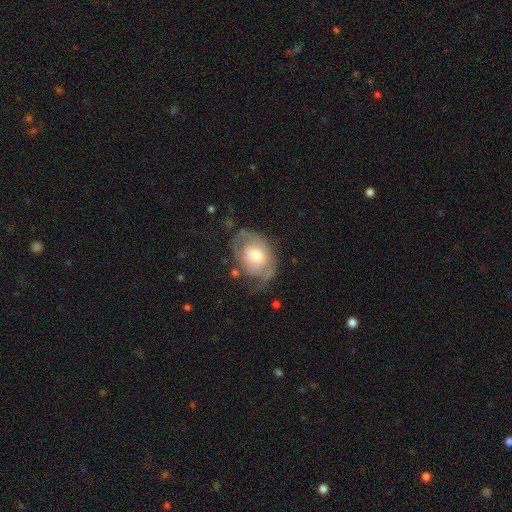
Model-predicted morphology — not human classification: type=featured or disk (55%); edge-on=no (95%); bar=no (79%); spiral arms=yes (59%); bulge=moderate (58%); merging=none (46%).